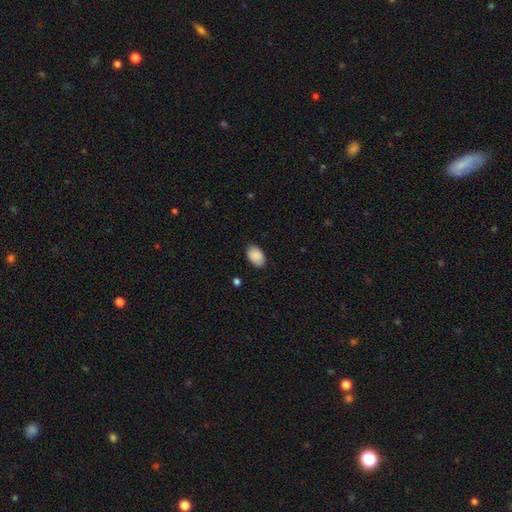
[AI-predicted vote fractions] A smooth galaxy with no disk features (90%) that is in between round and cigar-shaped (89%).

Vote fractions:
- Smooth or featured? smooth: 90% / star or artifact: 7% / featured or disk: 3%
- How rounded? in between: 89% / round: 10% / cigar-shaped: 1%
- Merging? none: 85% / minor disturbance: 11% / major disturbance: 2% / merger: 1%